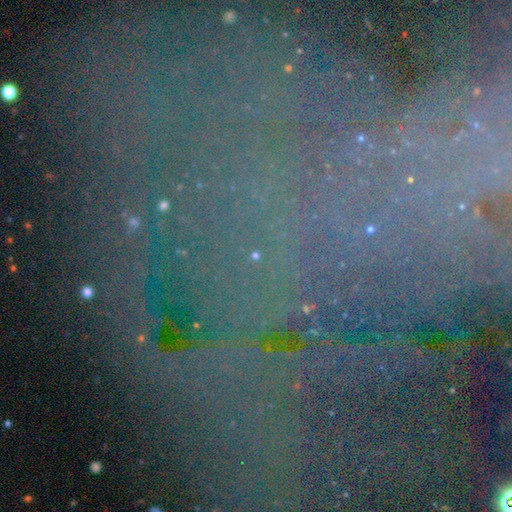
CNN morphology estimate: This appears to be a star or artifact, not a galaxy (77%).